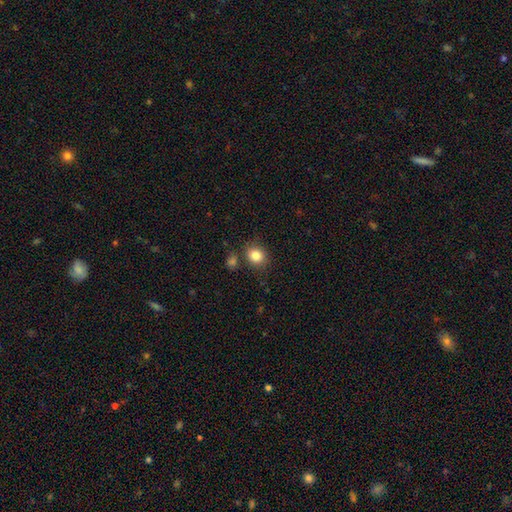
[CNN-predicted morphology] The model was most divided on "how rounded": round: 72%, in between: 27%, cigar-shaped: 1%. More confident: smooth or featured — smooth (84%); merging — none (80%).